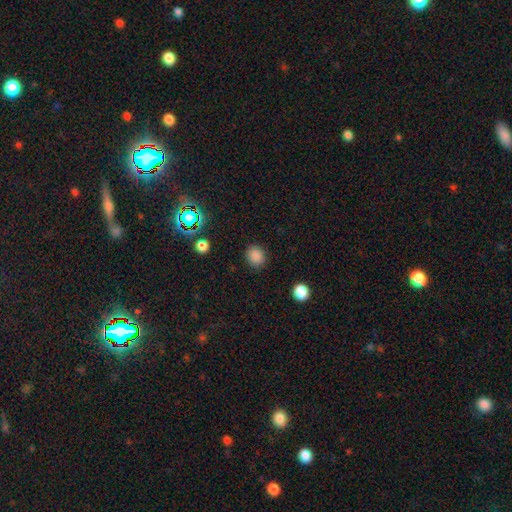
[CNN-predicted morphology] smooth 85%, star or artifact 12%, featured or disk 3%. Down the decision tree: how rounded — round (78%); merging — none (88%).